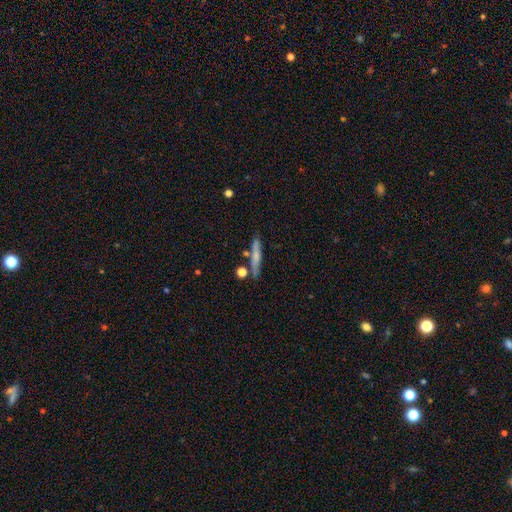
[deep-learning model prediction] smooth 62%, featured or disk 31%, star or artifact 7%. Down the decision tree: how rounded — cigar-shaped (91%); merging — none (75%).